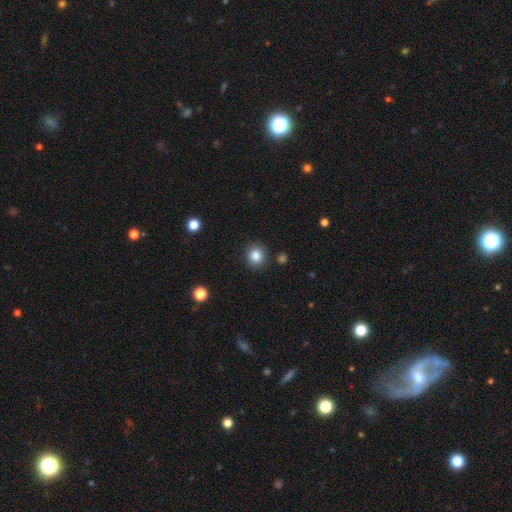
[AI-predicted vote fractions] smooth-or-featured: smooth: 85% | star or artifact: 11% | featured or disk: 5%
  how-rounded: round: 87% | in between: 12% | cigar-shaped: 1%
  merging: none: 90% | minor disturbance: 6% | major disturbance: 2% | merger: 2%